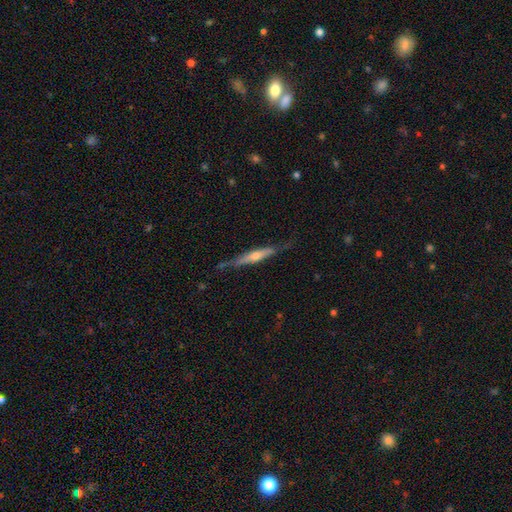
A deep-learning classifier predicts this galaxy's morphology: A featured or disk galaxy (70%) viewed edge-on (94%) with a rounded central bulge (77%).

Vote fractions:
- Smooth or featured? featured or disk: 70% / smooth: 24% / star or artifact: 6%
- Edge-on disk? yes: 94% / no: 6%
- Edge-on bulge? rounded: 77% / none: 15% / boxy: 8%
- Merging? none: 75% / minor disturbance: 19% / major disturbance: 4% / merger: 2%